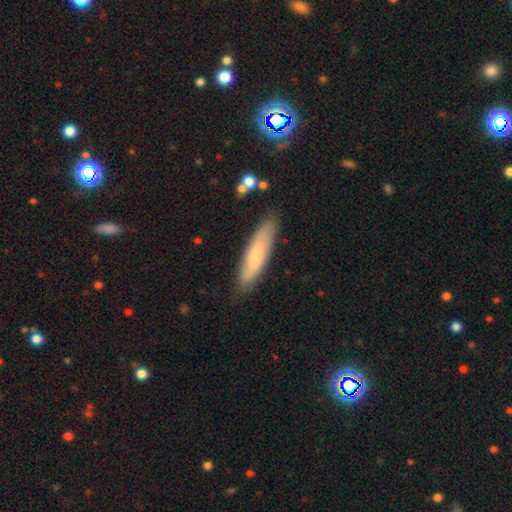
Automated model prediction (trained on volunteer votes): Morphology: type=smooth (65%); roundness=cigar-shaped (73%); merging=none (83%).